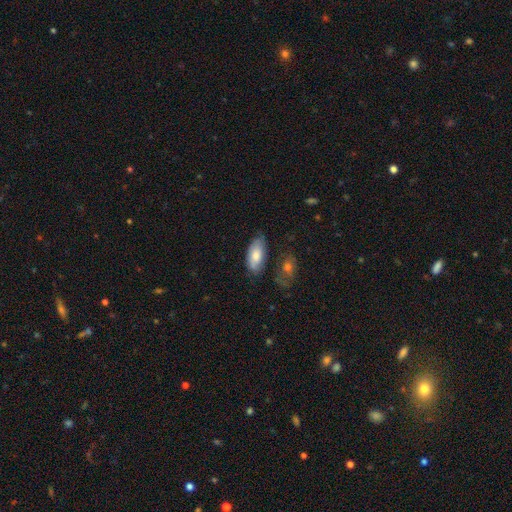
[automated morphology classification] Smooth or featured? smooth (74%)
How rounded? in between (89%)
Merging? none (64%)